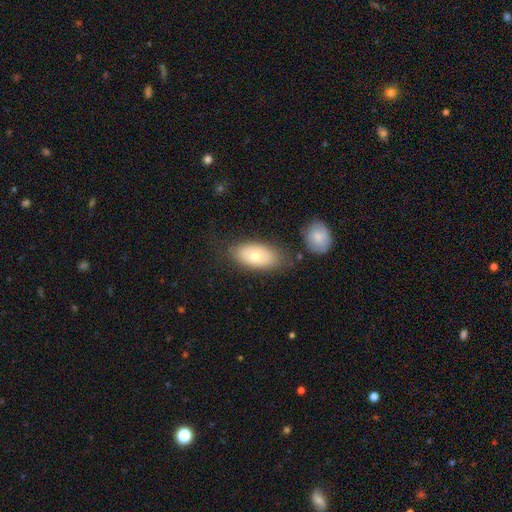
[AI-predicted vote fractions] smooth 72%, featured or disk 22%, star or artifact 7%. Down the decision tree: how rounded — in between (92%); merging — none (72%).